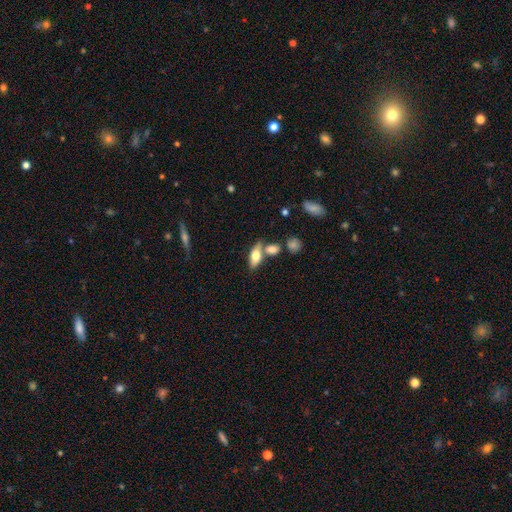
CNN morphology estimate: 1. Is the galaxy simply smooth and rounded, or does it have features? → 60% smooth, 32% featured or disk, 7% star or artifact.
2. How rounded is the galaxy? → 77% in between, 19% cigar-shaped, 4% round.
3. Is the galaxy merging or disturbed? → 55% none, 27% merger, 13% minor disturbance, 5% major disturbance.